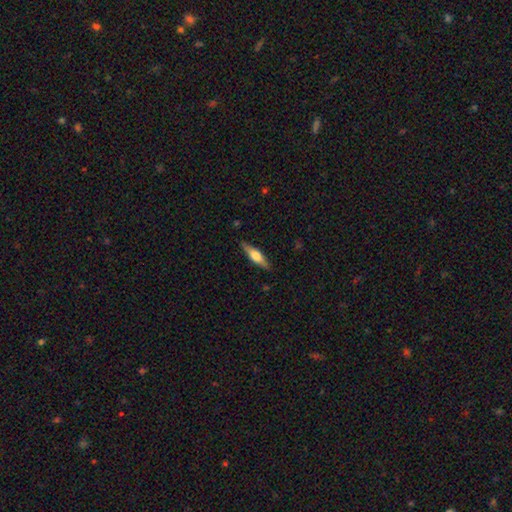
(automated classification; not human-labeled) Smooth or featured?
  - featured or disk: 47% * (tied)
  - smooth: 47% * (tied)
  - star or artifact: 6%
Merging?
  - none: 87% *
  - minor disturbance: 10%
  - major disturbance: 2%
  - merger: 1%